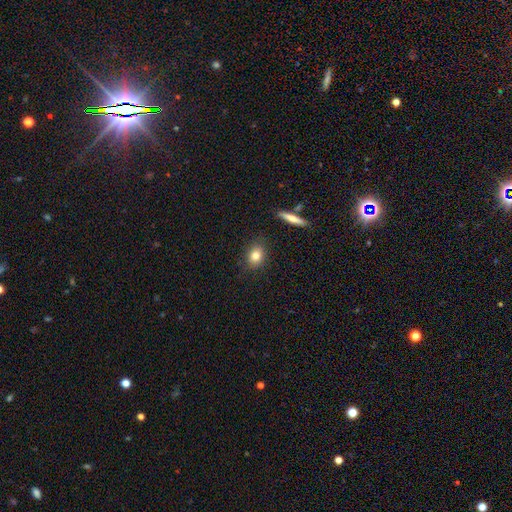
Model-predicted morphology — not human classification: smooth_or_featured: smooth (p=0.81) [alt: featured or disk p=0.10]
how_rounded: round (p=0.49) [alt: in between p=0.48]
merging: none (p=0.86) [alt: minor disturbance p=0.10]